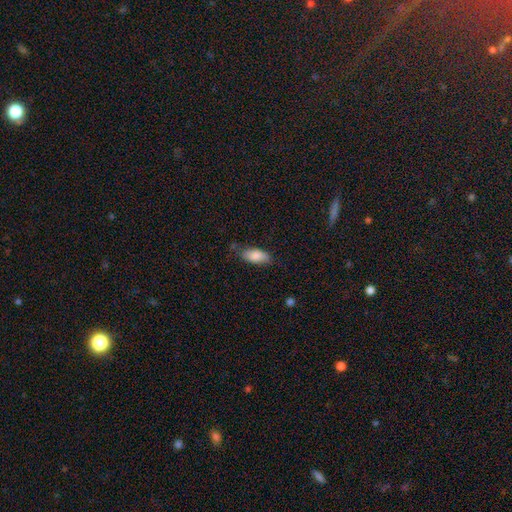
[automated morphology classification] A smooth galaxy with no disk features (85%) that is in between round and cigar-shaped (87%).

Vote fractions:
- Smooth or featured? smooth: 85% / featured or disk: 9% / star or artifact: 7%
- How rounded? in between: 87% / cigar-shaped: 11% / round: 2%
- Merging? none: 68% / minor disturbance: 24% / major disturbance: 5% / merger: 3%